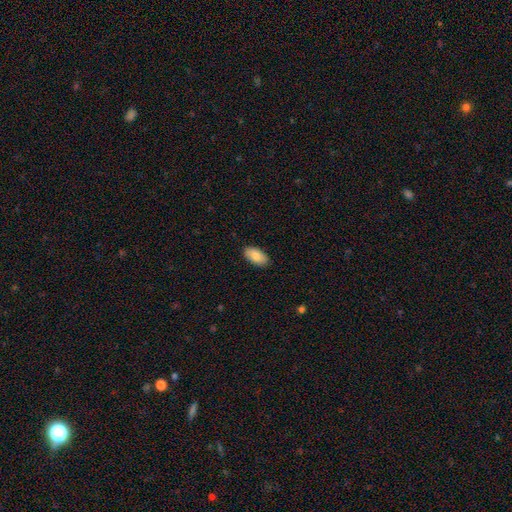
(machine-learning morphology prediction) A smooth galaxy with no disk features (84%) that is in between round and cigar-shaped (95%).

Vote fractions:
- Smooth or featured? smooth: 84% / featured or disk: 10% / star or artifact: 6%
- How rounded? in between: 95% / cigar-shaped: 3% / round: 3%
- Merging? none: 89% / minor disturbance: 9% / major disturbance: 2% / merger: 1%